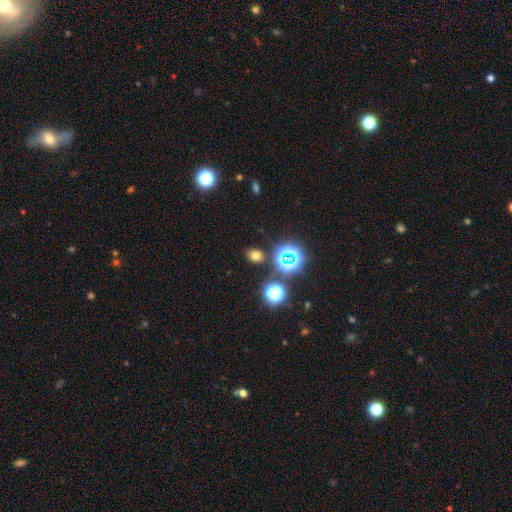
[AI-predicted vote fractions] smooth_or_featured: smooth (p=0.65) [alt: star or artifact p=0.28]
how_rounded: round (p=0.50) [alt: in between p=0.48]
merging: none (p=0.85) [alt: minor disturbance p=0.09]